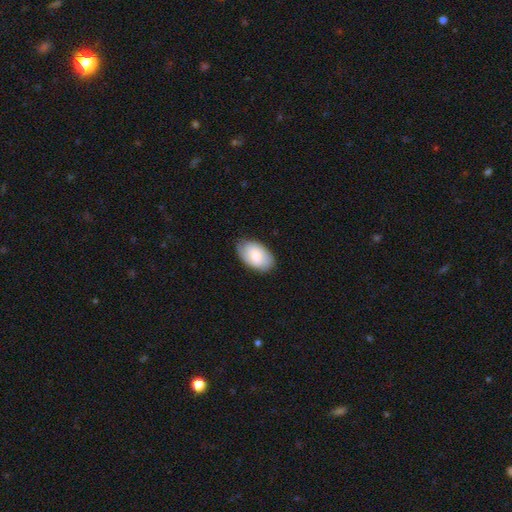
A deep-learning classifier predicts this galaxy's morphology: Overall: smooth (76%). How rounded: in between (93%). Merging: none (79%).